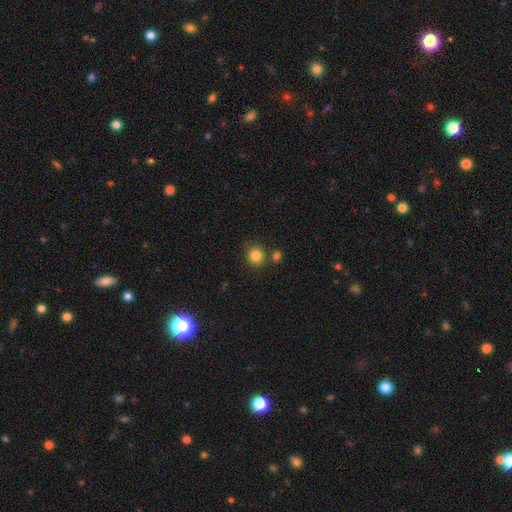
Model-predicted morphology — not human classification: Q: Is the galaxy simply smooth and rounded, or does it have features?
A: smooth — 84%.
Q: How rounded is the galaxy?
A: round — 90%.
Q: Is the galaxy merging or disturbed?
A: none — 76%.